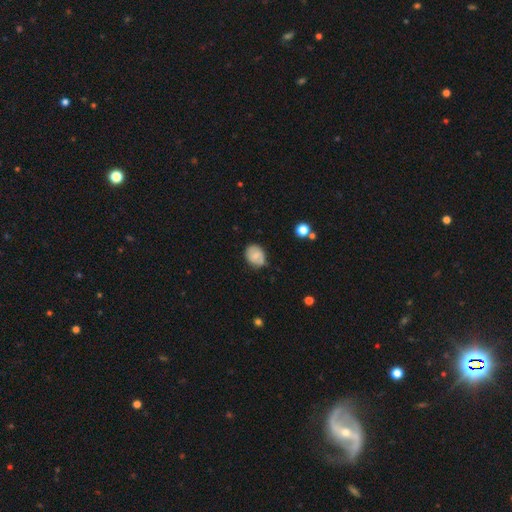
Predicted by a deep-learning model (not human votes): The model was most divided on "how rounded": in between: 56%, round: 43%, cigar-shaped: 1%. More confident: merging — none (70%); smooth or featured — smooth (69%).